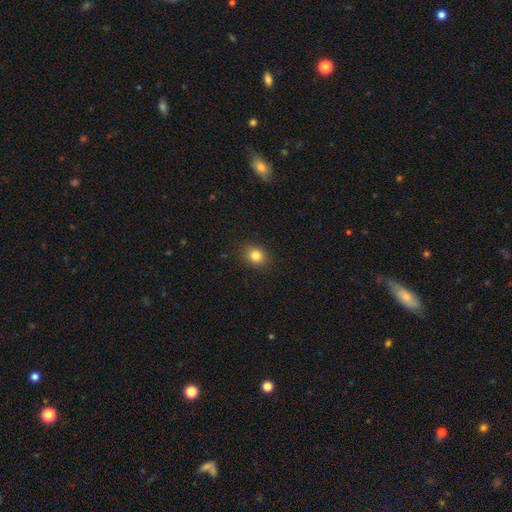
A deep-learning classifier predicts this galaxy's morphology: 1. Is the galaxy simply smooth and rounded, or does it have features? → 83% smooth, 11% star or artifact, 6% featured or disk.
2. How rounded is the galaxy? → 63% round, 36% in between, 1% cigar-shaped.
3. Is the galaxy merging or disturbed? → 89% none, 8% minor disturbance, 2% major disturbance, 1% merger.